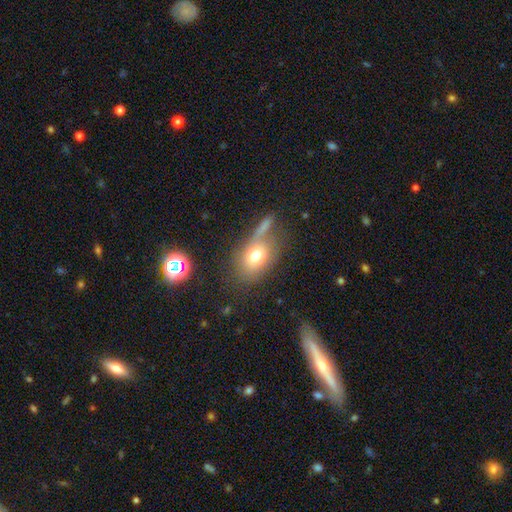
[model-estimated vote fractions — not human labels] smooth_or_featured: smooth (p=0.71) [alt: featured or disk p=0.18]
how_rounded: in between (p=0.74) [alt: round p=0.24]
merging: none (p=0.53) [alt: minor disturbance p=0.18]